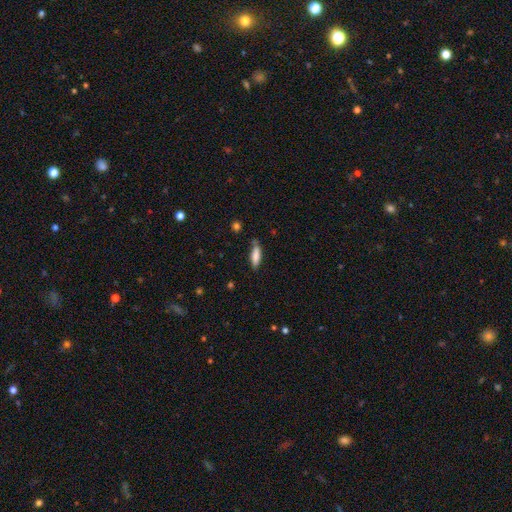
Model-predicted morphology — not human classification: This appears to be a smooth galaxy with no disk features (80%) that is cigar-shaped (53%). Merging: none (72%).